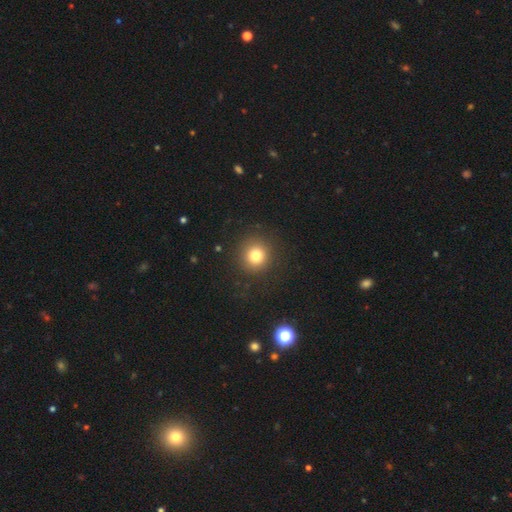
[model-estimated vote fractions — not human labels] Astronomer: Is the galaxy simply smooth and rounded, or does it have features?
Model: smooth — 79%.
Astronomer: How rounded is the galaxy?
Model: round — 91%.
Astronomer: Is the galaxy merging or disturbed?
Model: none — 89%.